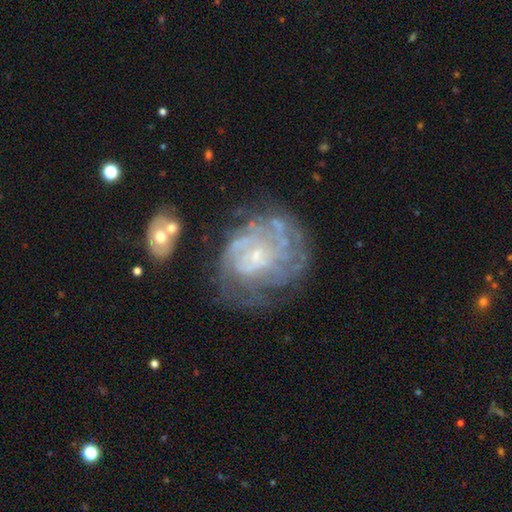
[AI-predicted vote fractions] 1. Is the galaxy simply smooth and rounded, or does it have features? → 77% featured or disk, 14% smooth, 9% star or artifact.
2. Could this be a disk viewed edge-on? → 97% no, 3% yes.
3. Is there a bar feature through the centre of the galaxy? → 71% no, 25% weak, 4% strong.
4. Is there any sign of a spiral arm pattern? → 80% yes, 20% no.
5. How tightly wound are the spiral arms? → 63% tight, 25% medium, 11% loose.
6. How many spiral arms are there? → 53% can't tell, 13% 4, 11% 3, 9% more than 4, 9% 2, 5% 1.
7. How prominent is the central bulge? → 74% small, 13% moderate, 10% none, 2% large, 1% dominant.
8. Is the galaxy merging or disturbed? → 53% none, 22% minor disturbance, 19% major disturbance, 6% merger.